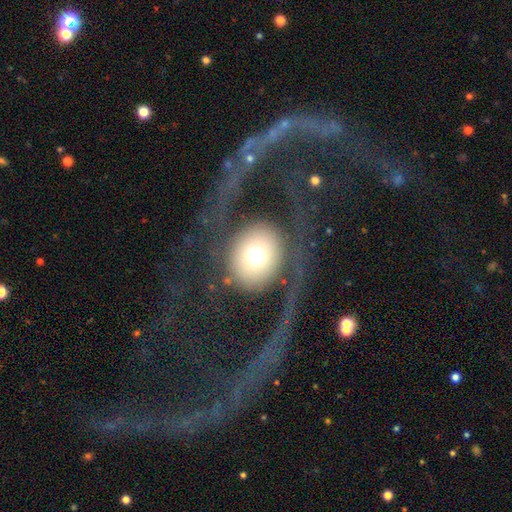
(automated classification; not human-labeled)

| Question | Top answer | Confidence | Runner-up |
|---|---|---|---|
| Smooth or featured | smooth | 55% | featured or disk (35%) |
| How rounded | round | 81% | in between (18%) |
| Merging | none | 47% | major disturbance (39%) |